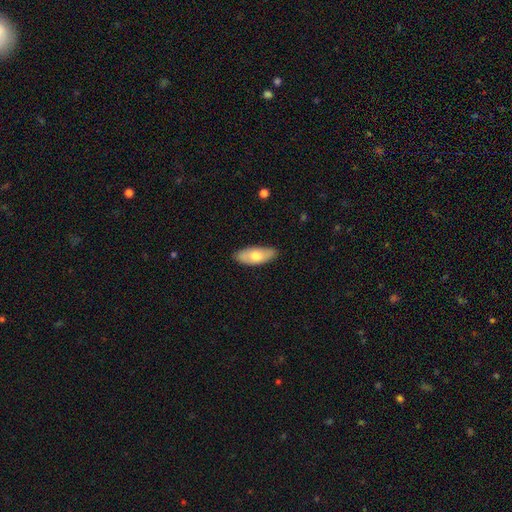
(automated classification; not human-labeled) Q: Smooth or featured?
A: smooth (68%); runner-up: featured or disk (27%)
Q: How rounded?
A: in between (82%); runner-up: cigar-shaped (16%)
Q: Merging?
A: none (85%); runner-up: minor disturbance (12%)